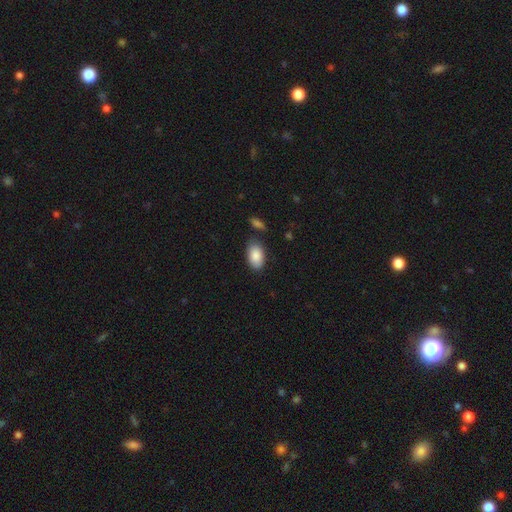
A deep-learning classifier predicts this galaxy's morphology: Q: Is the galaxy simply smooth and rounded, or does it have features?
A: smooth — 88%.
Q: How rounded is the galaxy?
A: in between — 93%.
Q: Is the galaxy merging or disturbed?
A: none — 75%.